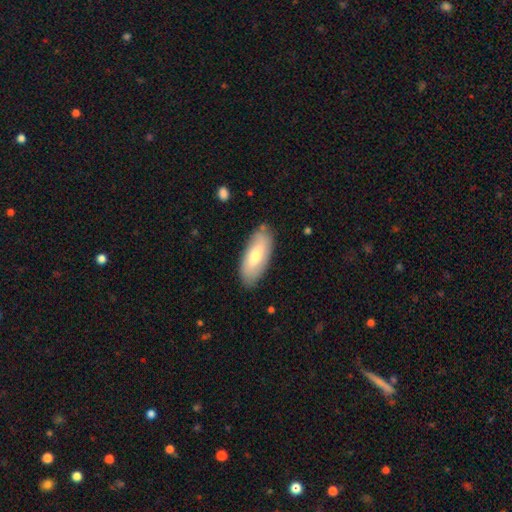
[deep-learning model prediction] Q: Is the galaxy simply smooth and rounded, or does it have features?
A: smooth — 65%.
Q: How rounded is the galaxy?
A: in between — 82%.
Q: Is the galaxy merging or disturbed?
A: none — 82%.